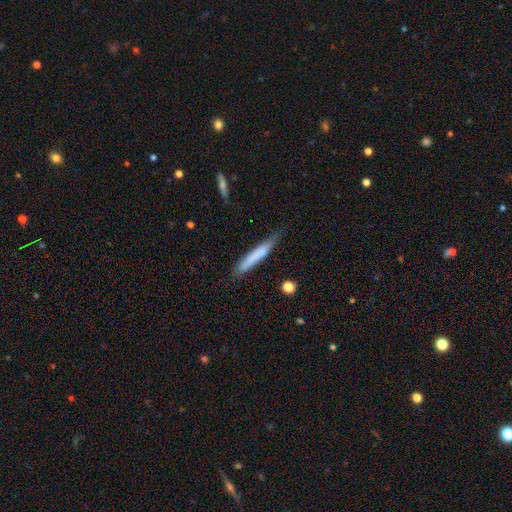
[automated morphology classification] Q: Smooth or featured?
A: smooth (71%); runner-up: featured or disk (23%)
Q: How rounded?
A: cigar-shaped (94%); runner-up: in between (4%)
Q: Merging?
A: none (70%); runner-up: minor disturbance (24%)